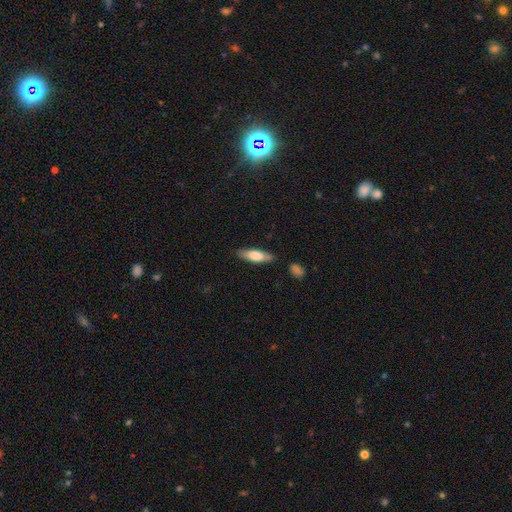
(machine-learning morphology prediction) The model was most divided on "how rounded": cigar-shaped: 54%, in between: 44%, round: 2%. More confident: merging — none (82%); smooth or featured — smooth (71%).